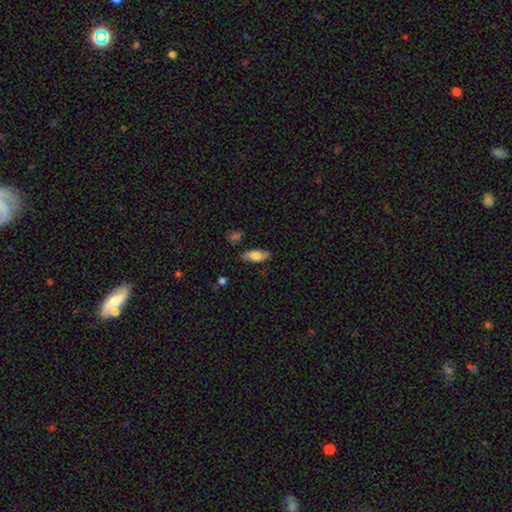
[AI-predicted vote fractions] A smooth galaxy with no disk features (77%) that is in between round and cigar-shaped (79%). Merging: none (82%).